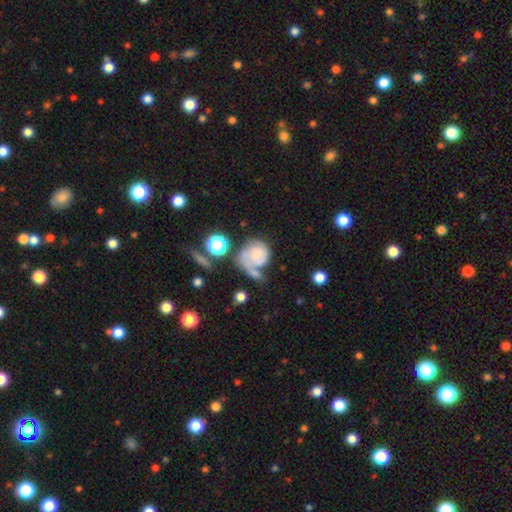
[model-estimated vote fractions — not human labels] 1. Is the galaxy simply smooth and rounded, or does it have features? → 46% featured or disk, 43% smooth, 10% star or artifact.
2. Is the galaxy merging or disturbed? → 28% major disturbance (tied), 28% none (tied), 24% merger, 21% minor disturbance.